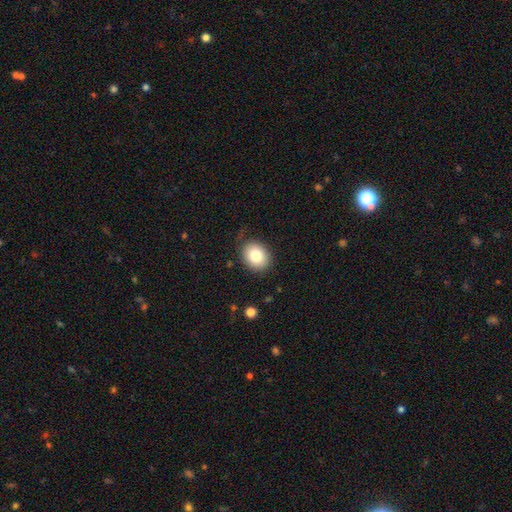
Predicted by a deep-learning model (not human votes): This is clearly a smooth galaxy (81%). How rounded: possibly round (55%). Merging: clearly none (81%).